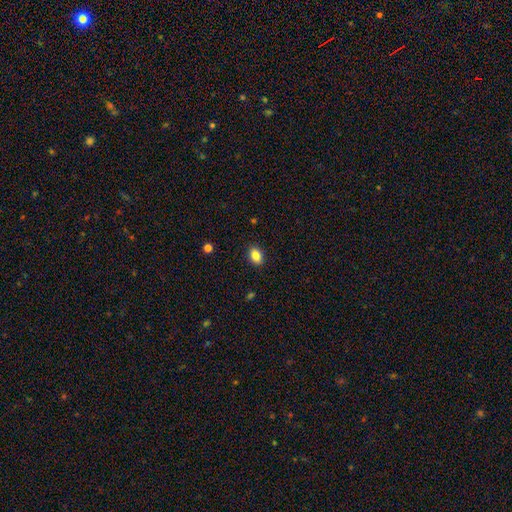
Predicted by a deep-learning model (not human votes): Q: Smooth or featured?
A: smooth (85%); runner-up: star or artifact (9%)
Q: How rounded?
A: in between (77%); runner-up: round (22%)
Q: Merging?
A: none (90%); runner-up: minor disturbance (7%)